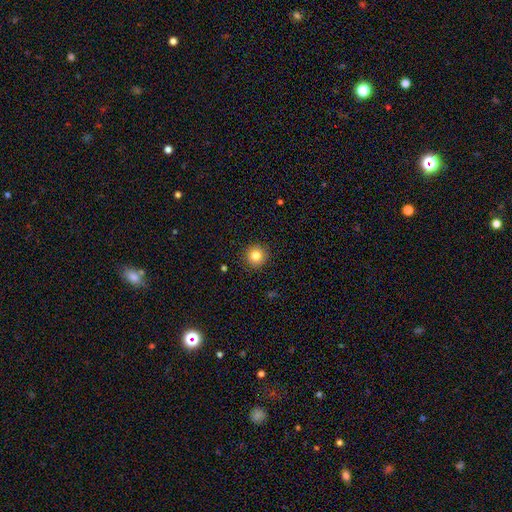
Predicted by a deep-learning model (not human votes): This is clearly a smooth galaxy (83%). How rounded: clearly round (94%). Merging: clearly none (91%).